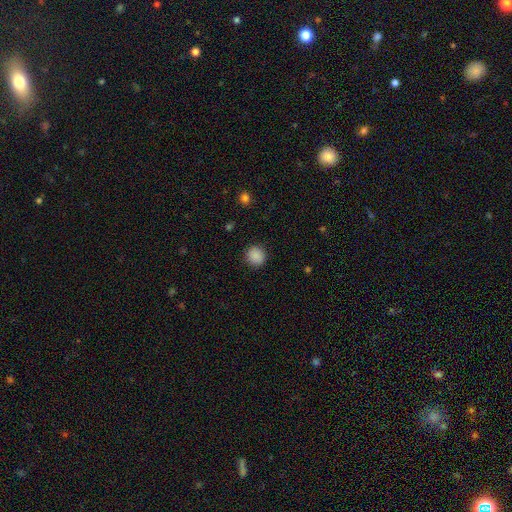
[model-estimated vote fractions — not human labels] Smooth or featured? smooth (88%)
How rounded? round (90%)
Merging? none (90%)